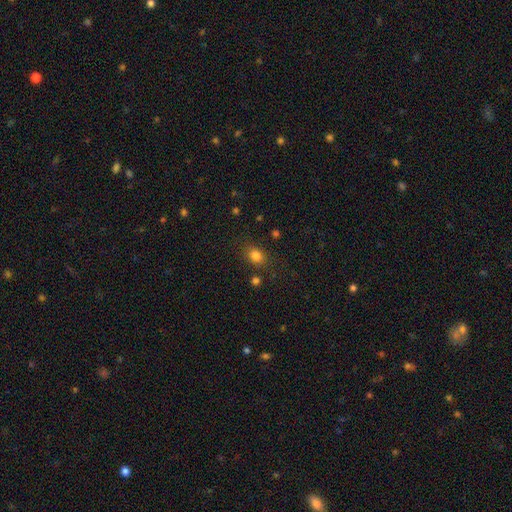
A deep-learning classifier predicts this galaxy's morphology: Smooth or featured? Predicted: smooth (p=0.82). How rounded? Predicted: in between (p=0.60). Merging? Predicted: none (p=0.78).